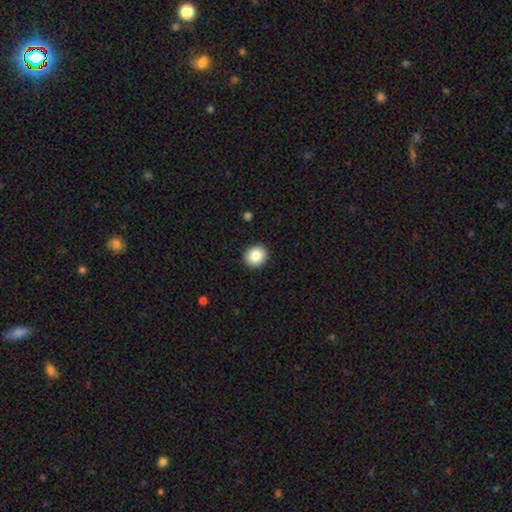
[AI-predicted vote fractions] Smooth or featured: smooth — 85% (star or artifact — 9%)
How rounded: round — 79% (in between — 20%)
Merging: none — 92% (minor disturbance — 5%)